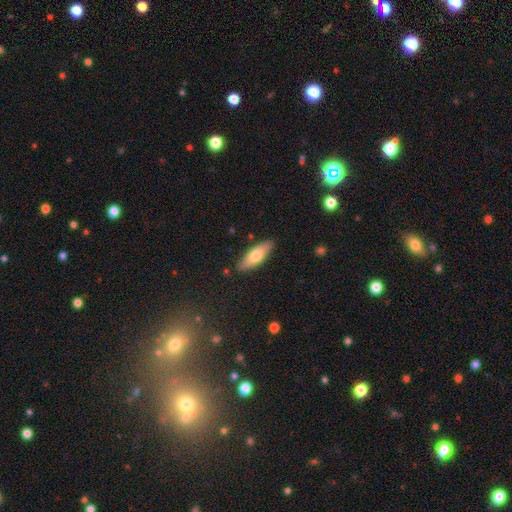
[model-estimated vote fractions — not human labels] Smooth or featured: smooth — 71% (featured or disk — 23%)
How rounded: in between — 59% (cigar-shaped — 39%)
Merging: none — 86% (minor disturbance — 11%)